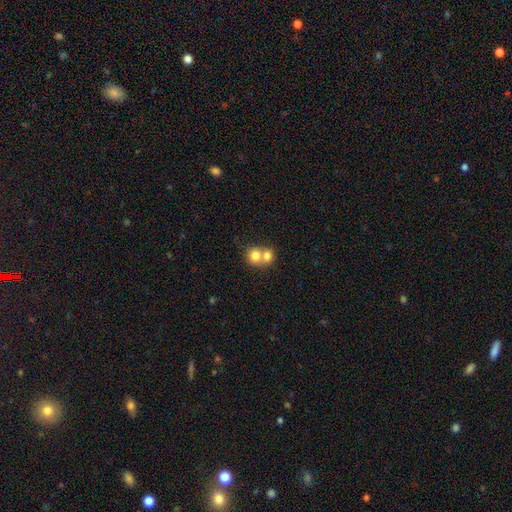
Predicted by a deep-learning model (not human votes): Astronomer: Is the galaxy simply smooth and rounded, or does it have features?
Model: smooth — 76%.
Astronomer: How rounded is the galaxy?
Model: round — 72%.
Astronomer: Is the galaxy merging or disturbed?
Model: merger — 69%.